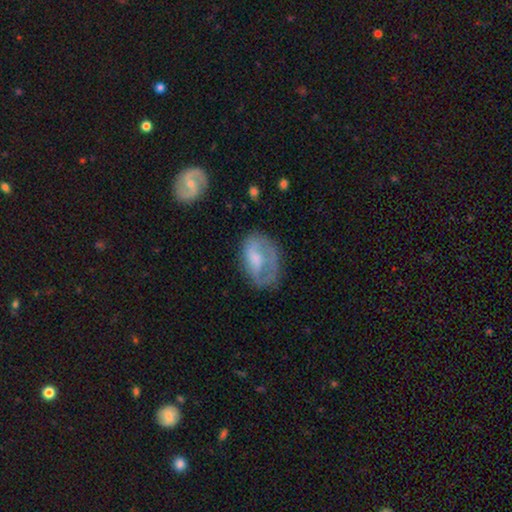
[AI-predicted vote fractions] Smooth or featured?
  - featured or disk: 51% *
  - smooth: 41%
  - star or artifact: 7%
Edge-on disk?
  - no: 95% *
  - yes: 5%
Merging?
  - none: 48% *
  - minor disturbance: 28%
  - major disturbance: 22%
  - merger: 2%